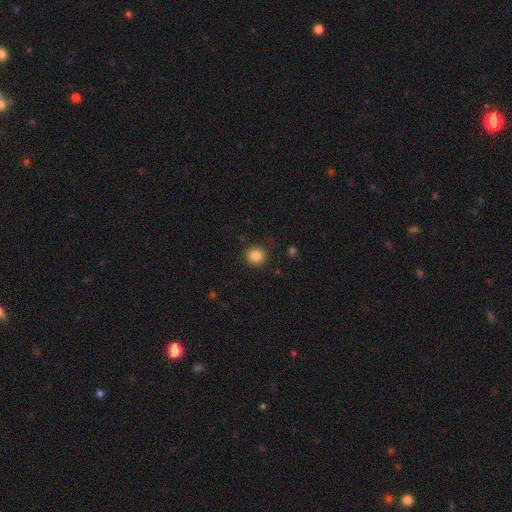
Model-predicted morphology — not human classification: This is clearly a smooth galaxy (85%). How rounded: clearly round (91%). Merging: clearly none (90%).